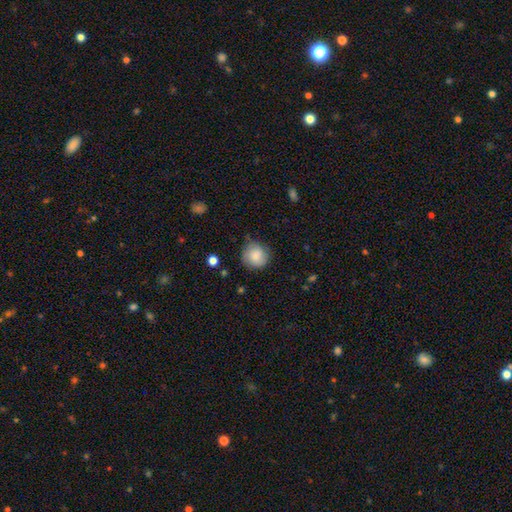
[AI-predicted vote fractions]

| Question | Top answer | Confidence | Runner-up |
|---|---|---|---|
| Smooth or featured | smooth | 83% | featured or disk (10%) |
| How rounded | round | 91% | in between (8%) |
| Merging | none | 73% | minor disturbance (21%) |